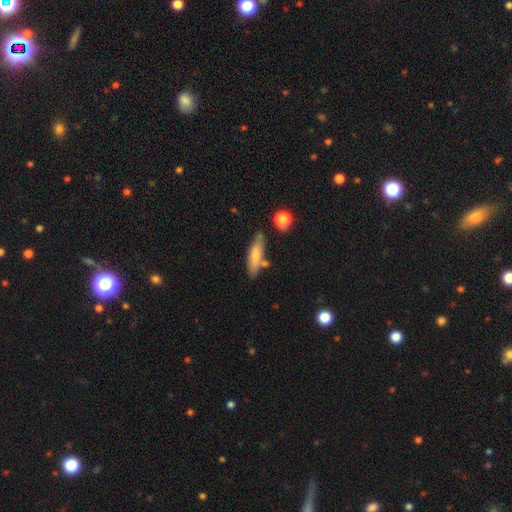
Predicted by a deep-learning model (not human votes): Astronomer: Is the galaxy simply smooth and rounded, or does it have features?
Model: smooth — 69%.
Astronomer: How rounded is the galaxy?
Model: cigar-shaped — 56% (runner-up: in between, 41%).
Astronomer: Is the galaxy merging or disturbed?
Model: none — 66%.